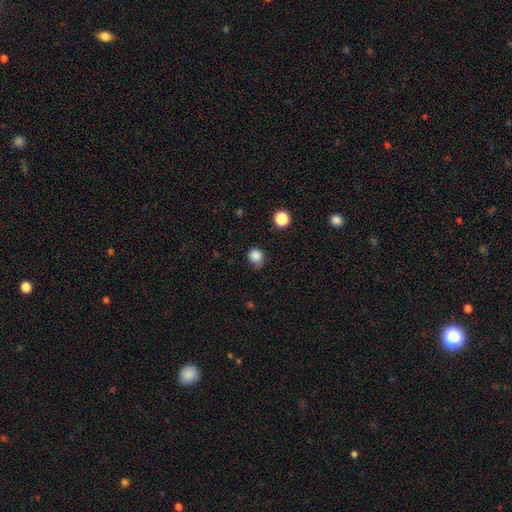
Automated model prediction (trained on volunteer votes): smooth 85%, star or artifact 11%, featured or disk 4%. Down the decision tree: how rounded — round (79%); merging — none (66%).